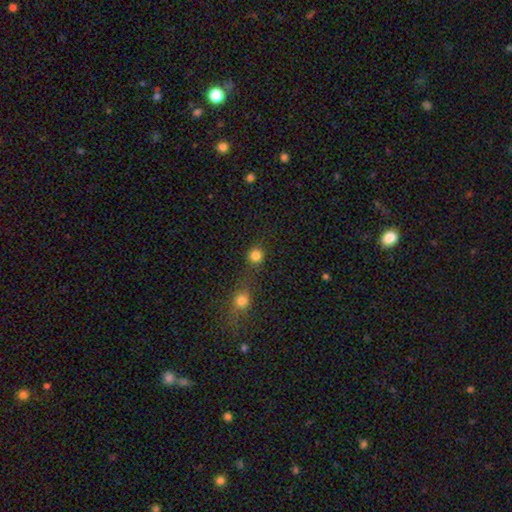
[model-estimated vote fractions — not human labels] Smooth or featured: smooth — 82% (star or artifact — 13%)
How rounded: round — 90% (in between — 9%)
Merging: none — 74% (merger — 14%)